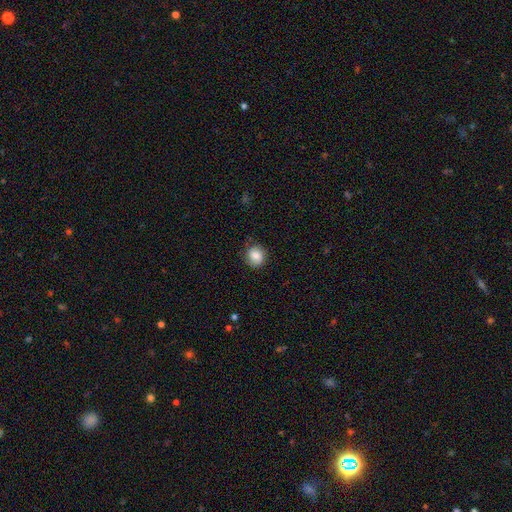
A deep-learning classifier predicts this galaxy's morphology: A smooth galaxy with no disk features (83%) that is round (80%). Merging: none (79%).